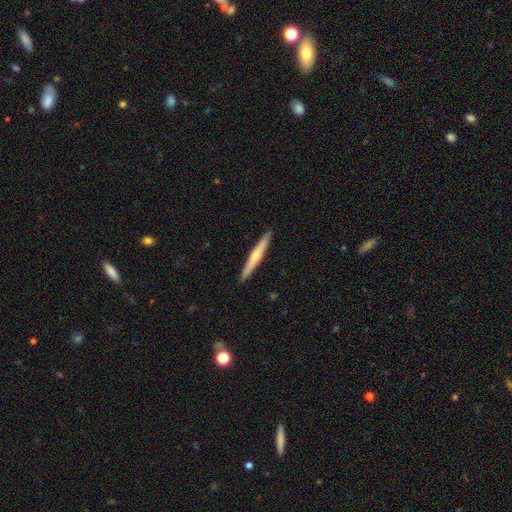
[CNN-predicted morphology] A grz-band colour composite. It shows a featured or disk galaxy (53%) viewed edge-on (96%) with a rounded central bulge (69%). Merging: none (92%).